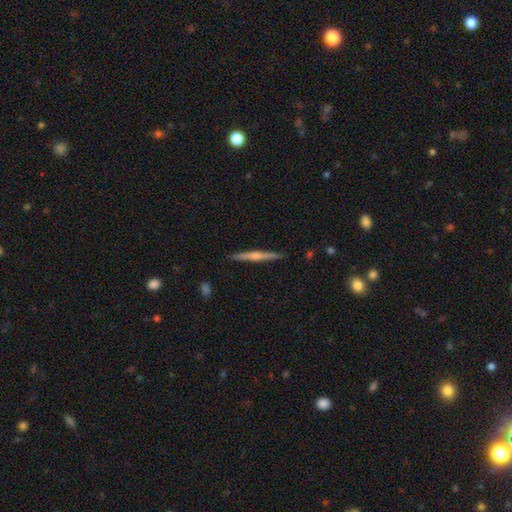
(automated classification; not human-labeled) Q: Smooth or featured?
A: featured or disk (60%); runner-up: smooth (34%)
Q: Edge-on disk?
A: yes (98%); runner-up: no (2%)
Q: Edge-on bulge?
A: rounded (62%); runner-up: none (29%)
Q: Merging?
A: none (91%); runner-up: minor disturbance (6%)